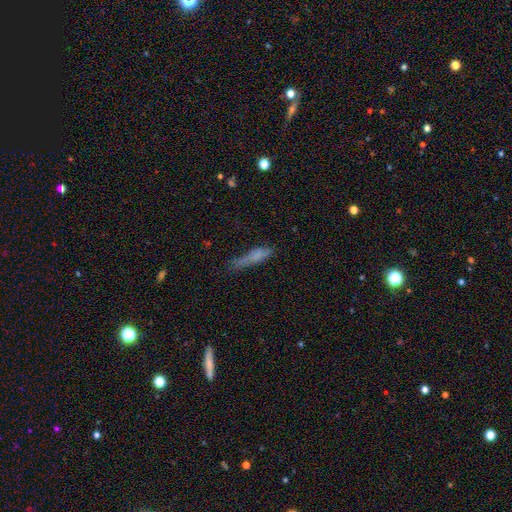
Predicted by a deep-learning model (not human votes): This is likely a smooth galaxy (65%). How rounded: likely cigar-shaped (75%). Merging: marginally none (42%).